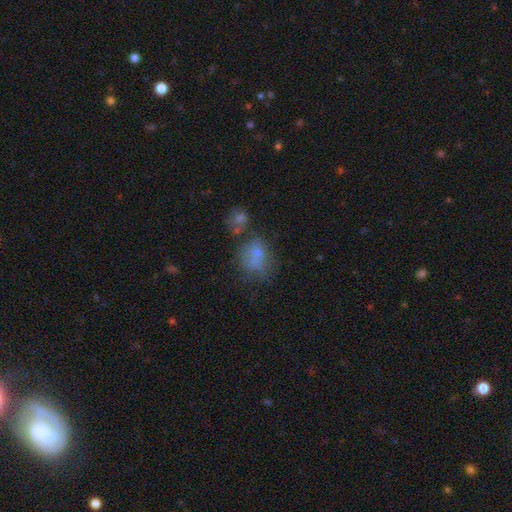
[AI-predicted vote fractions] A smooth galaxy with no disk features (64%) that is in between round and cigar-shaped (53%).

Vote fractions:
- Smooth or featured? smooth: 64% / featured or disk: 19% / star or artifact: 17%
- How rounded? in between: 53% / round: 45% / cigar-shaped: 2%
- Merging? none: 40% / minor disturbance: 22% / merger: 21% / major disturbance: 17%